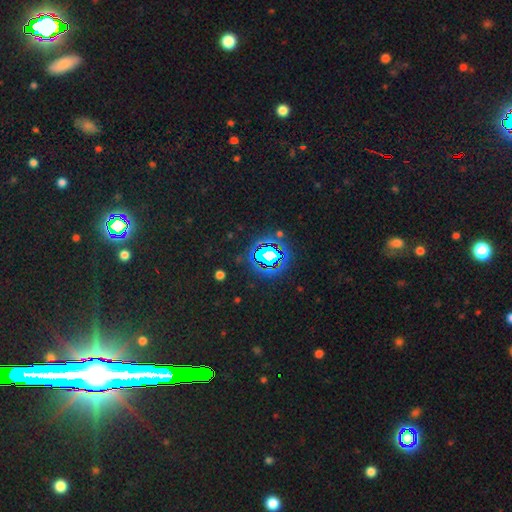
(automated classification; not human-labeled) A star or artifact, not a galaxy (81%).